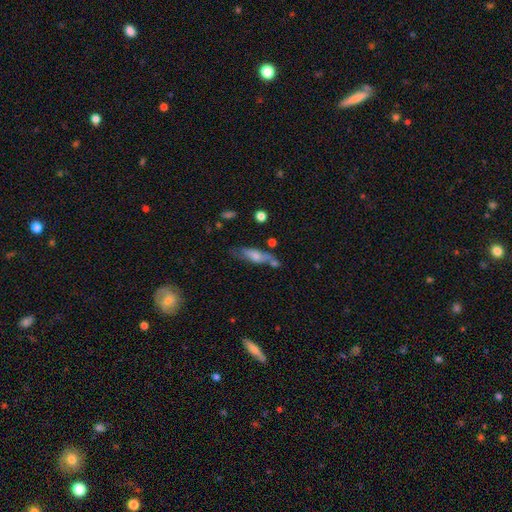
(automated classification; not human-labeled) Morphology: type=smooth (57%); roundness=cigar-shaped (54%); merging=none (47%).